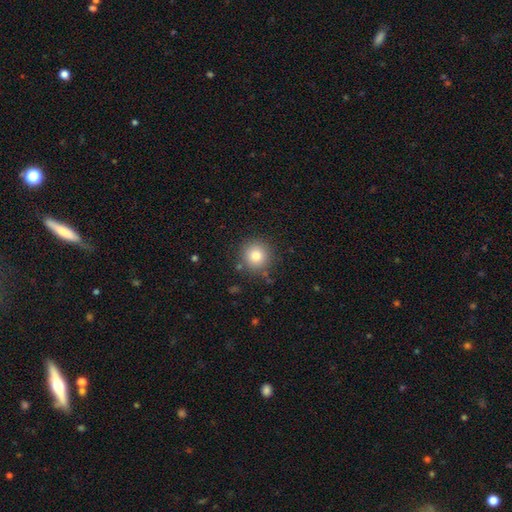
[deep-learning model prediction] The model was most divided on "smooth or featured": smooth: 79%, star or artifact: 12%, featured or disk: 9%. More confident: how rounded — round (94%); merging — none (86%).